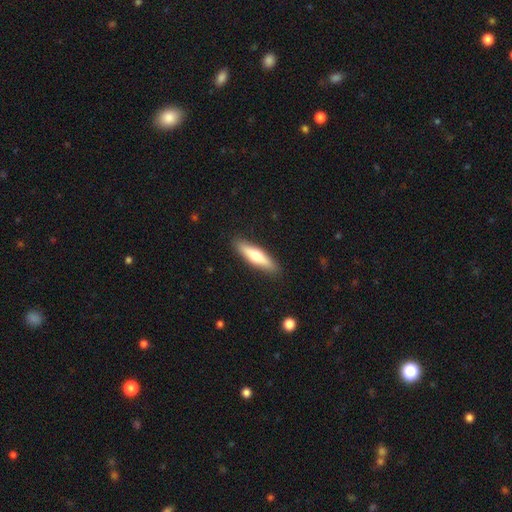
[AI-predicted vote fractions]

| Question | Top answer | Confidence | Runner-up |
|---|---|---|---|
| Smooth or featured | smooth | 56% | featured or disk (38%) |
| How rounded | cigar-shaped | 75% | in between (23%) |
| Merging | none | 89% | minor disturbance (8%) |